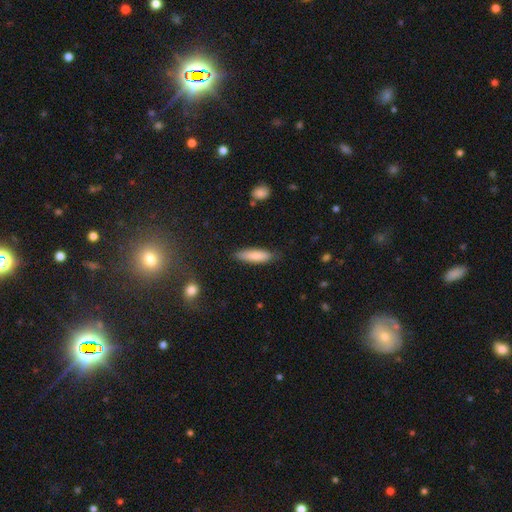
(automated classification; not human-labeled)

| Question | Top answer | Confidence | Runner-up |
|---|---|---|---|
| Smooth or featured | smooth | 82% | featured or disk (12%) |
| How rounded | cigar-shaped | 63% | in between (35%) |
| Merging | none | 82% | minor disturbance (14%) |